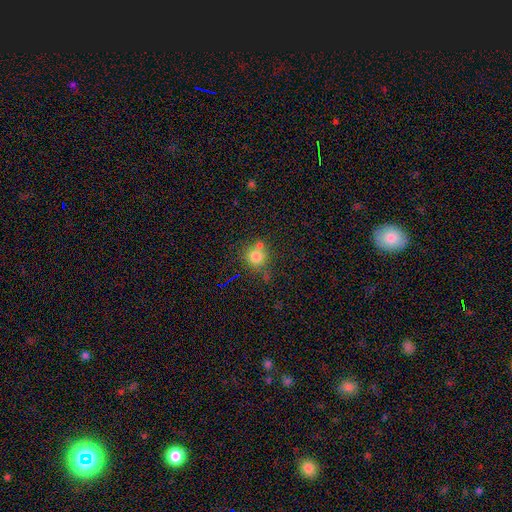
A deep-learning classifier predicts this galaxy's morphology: Overall: smooth (76%). How rounded: round (87%). Merging: none (56%; merger 27%).